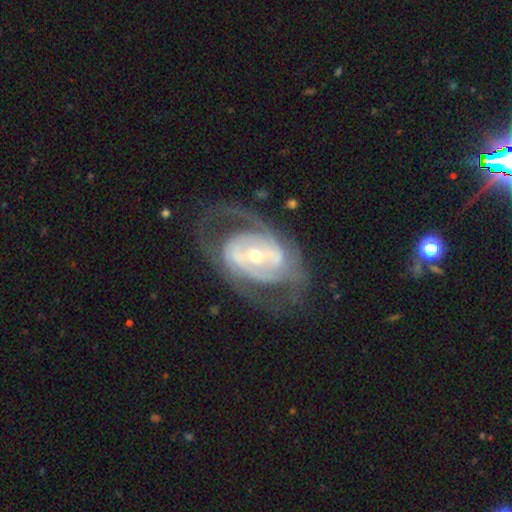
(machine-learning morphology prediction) smooth_or_featured: featured or disk (p=0.87) [alt: smooth p=0.08]
disk_edge_on: no (p=0.96) [alt: yes p=0.04]
bar: weak (p=0.38) [alt: strong p=0.33]
has_spiral_arms: yes (p=0.88) [alt: no p=0.12]
spiral_winding: medium (p=0.43) [alt: tight p=0.41]
spiral_arm_count: 2 (p=0.62) [alt: can't tell p=0.19]
bulge_size: small (p=0.51) [alt: moderate p=0.44]
merging: none (p=0.62) [alt: major disturbance p=0.20]